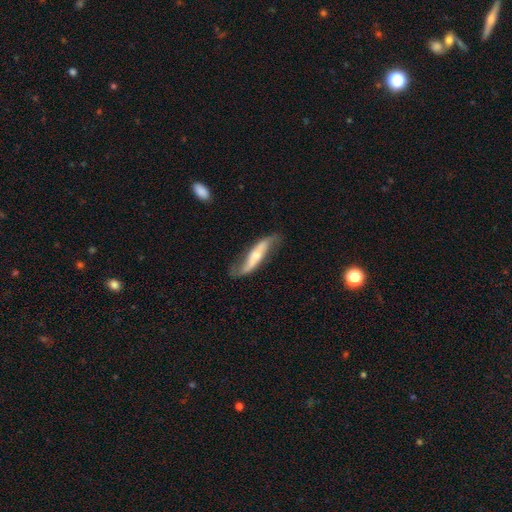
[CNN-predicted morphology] Overall: featured or disk (75%). Edge-on disk: no (71%). Bar: no (40%; strong 34%). Spiral arms: yes (90%). Bulge size: moderate (48%; small 43%). Merging: none (64%).